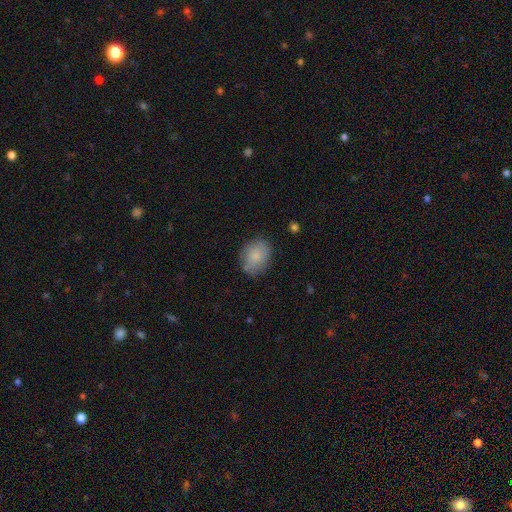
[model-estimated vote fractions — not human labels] The model was most divided on "how rounded": in between: 58%, round: 41%, cigar-shaped: 1%. More confident: smooth or featured — smooth (78%); merging — none (74%).